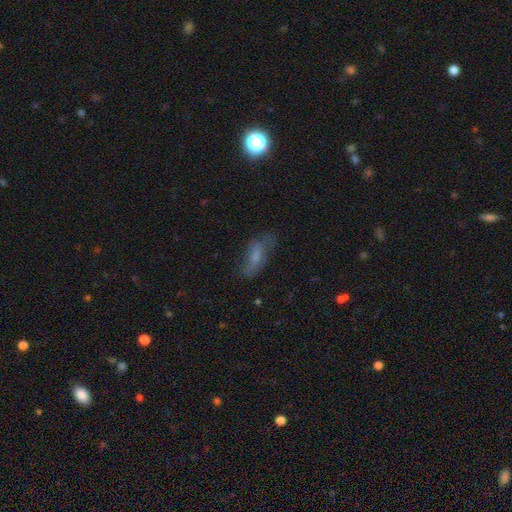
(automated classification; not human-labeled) Smooth or featured? Predicted: smooth (p=0.53). How rounded? Predicted: in between (p=0.65). Merging? Predicted: none (p=0.57).